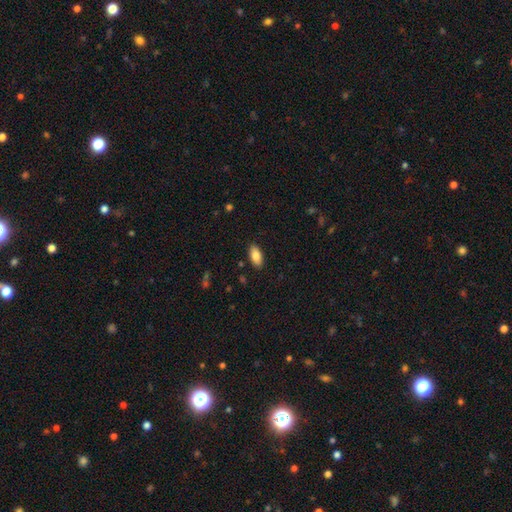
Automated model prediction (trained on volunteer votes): Smooth or featured? smooth (84%)
How rounded? in between (91%)
Merging? none (88%)